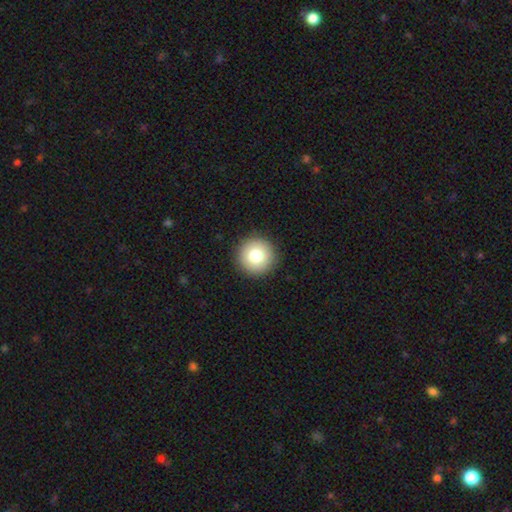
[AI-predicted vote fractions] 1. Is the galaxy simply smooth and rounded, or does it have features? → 80% smooth, 11% featured or disk, 10% star or artifact.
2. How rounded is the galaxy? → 96% round, 3% in between, 1% cigar-shaped.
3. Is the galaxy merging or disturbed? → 93% none, 5% minor disturbance, 2% major disturbance, 1% merger.